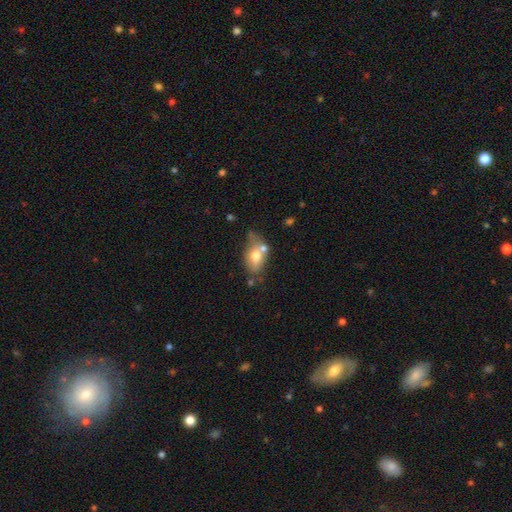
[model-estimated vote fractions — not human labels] Q: Smooth or featured?
A: smooth (66%); runner-up: featured or disk (27%)
Q: How rounded?
A: in between (85%); runner-up: round (11%)
Q: Merging?
A: none (44%); runner-up: merger (27%)